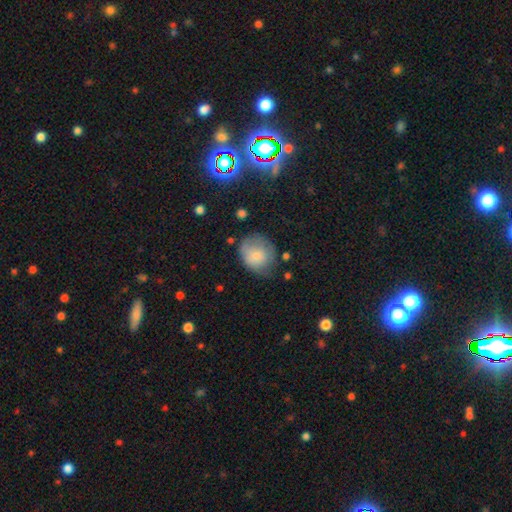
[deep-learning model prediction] A smooth galaxy with no disk features (74%) that is round (68%).

Vote fractions:
- Smooth or featured? smooth: 74% / featured or disk: 19% / star or artifact: 8%
- How rounded? round: 68% / in between: 31% / cigar-shaped: 1%
- Merging? none: 48% / minor disturbance: 34% / major disturbance: 15% / merger: 3%